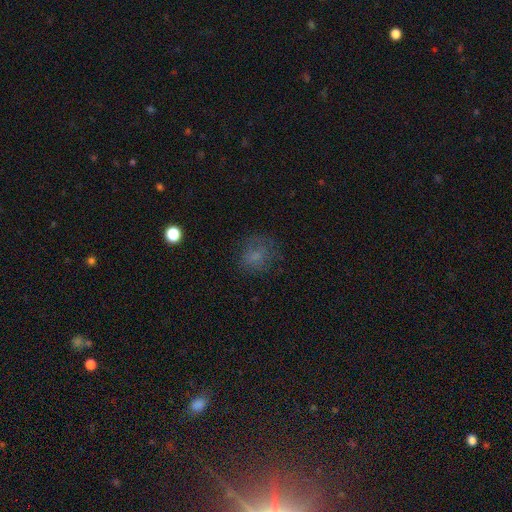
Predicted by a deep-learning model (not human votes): Smooth or featured?
  - smooth: 65% *
  - star or artifact: 18%
  - featured or disk: 17%
How rounded?
  - round: 64% *
  - in between: 35%
  - cigar-shaped: 1%
Merging?
  - none: 68% *
  - minor disturbance: 19%
  - major disturbance: 12%
  - merger: 2%